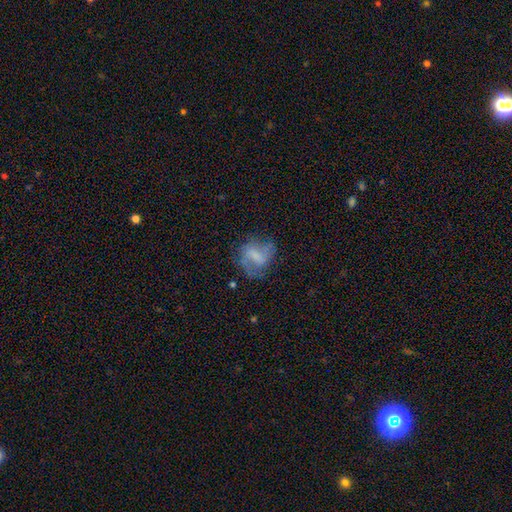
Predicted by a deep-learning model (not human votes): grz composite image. It shows a featured or disk galaxy (58%) with a weak bar (45%), spiral arms (74%) and no central bulge (47%). Merging: none (53%).